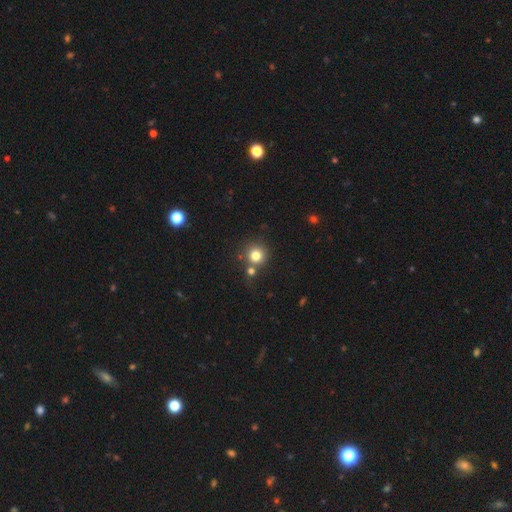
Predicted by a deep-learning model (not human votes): A smooth galaxy with no disk features (79%) that is round (93%).

Vote fractions:
- Smooth or featured? smooth: 79% / star or artifact: 13% / featured or disk: 8%
- How rounded? round: 93% / in between: 6% / cigar-shaped: 1%
- Merging? none: 69% / merger: 19% / minor disturbance: 9% / major disturbance: 3%